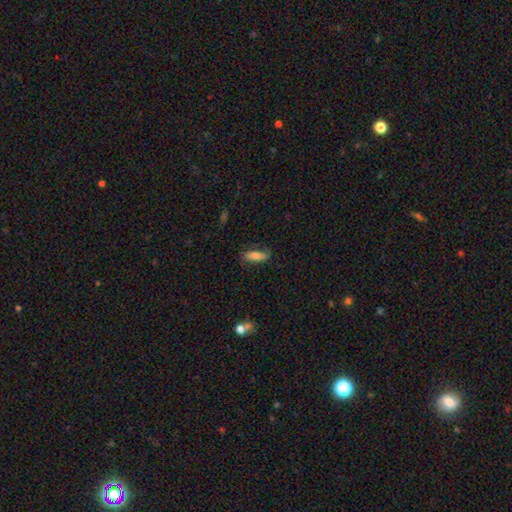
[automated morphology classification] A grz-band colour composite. It shows a smooth galaxy with no disk features (69%) that is in between round and cigar-shaped (63%). Merging: none (70%).